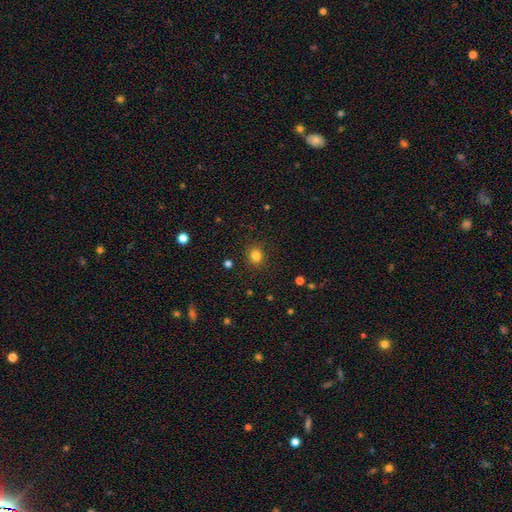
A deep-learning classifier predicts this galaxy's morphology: smooth 82%, star or artifact 13%, featured or disk 5%. Down the decision tree: how rounded — round (80%); merging — none (88%).